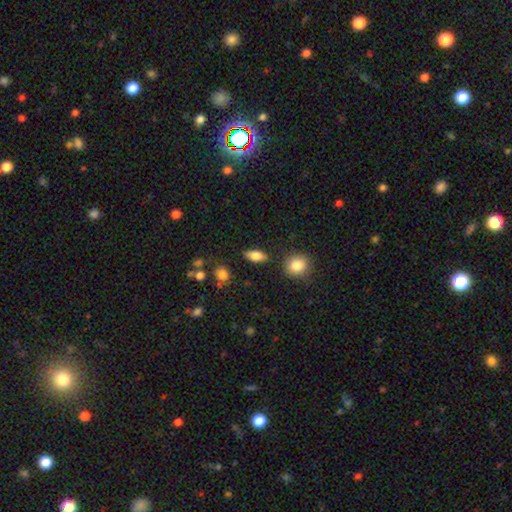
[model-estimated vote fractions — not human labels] Smooth or featured? Predicted: smooth (p=0.77). How rounded? Predicted: in between (p=0.81). Merging? Predicted: none (p=0.85).